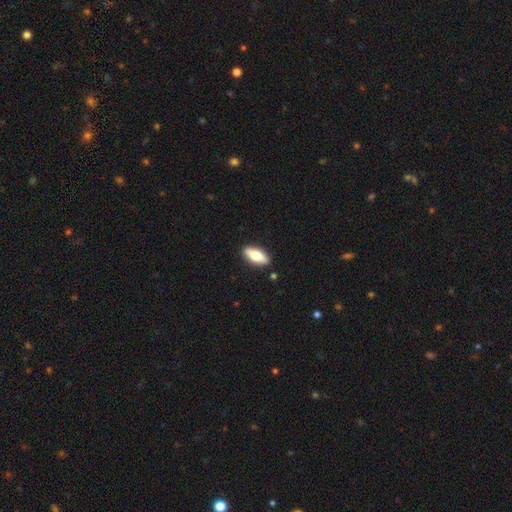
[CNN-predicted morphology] smooth-or-featured: smooth: 68% | featured or disk: 26% | star or artifact: 6%
  how-rounded: in between: 79% | cigar-shaped: 19% | round: 3%
  merging: none: 89% | minor disturbance: 8% | major disturbance: 2% | merger: 1%